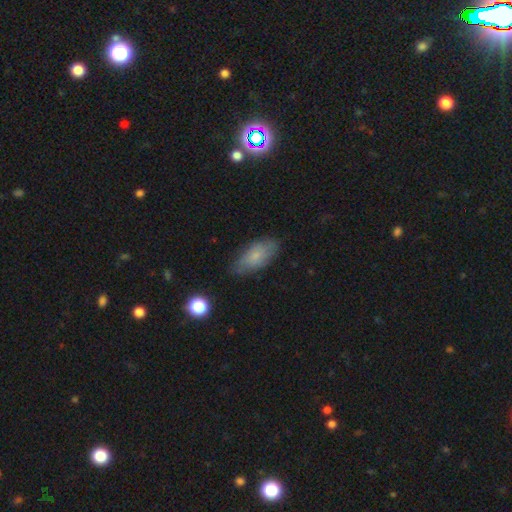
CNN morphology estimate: Smooth or featured? Predicted: smooth (p=0.72). How rounded? Predicted: in between (p=0.88). Merging? Predicted: none (p=0.74).